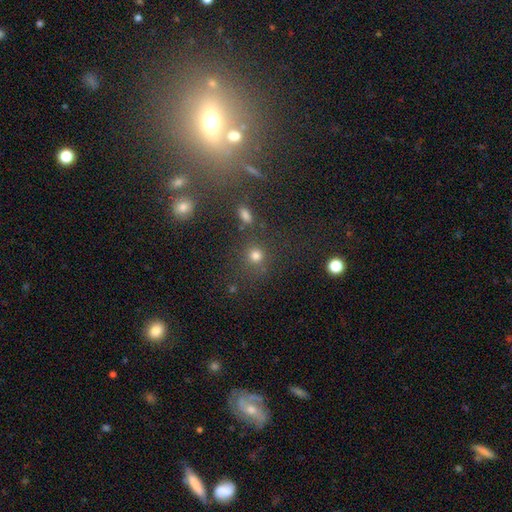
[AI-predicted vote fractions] A smooth galaxy with no disk features (72%) that is round (87%).

Vote fractions:
- Smooth or featured? smooth: 72% / star or artifact: 20% / featured or disk: 8%
- How rounded? round: 87% / in between: 12% / cigar-shaped: 1%
- Merging? none: 71% / merger: 11% / minor disturbance: 11% / major disturbance: 7%